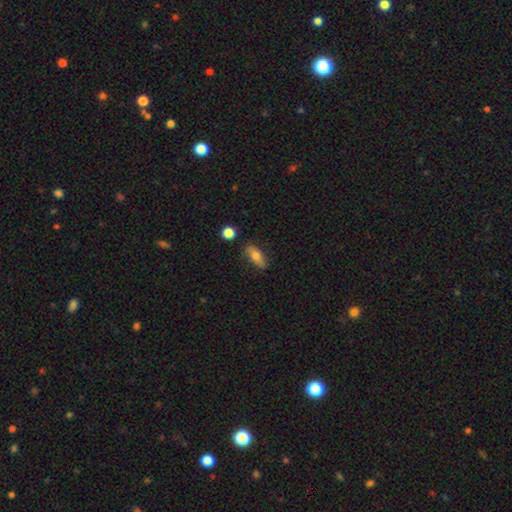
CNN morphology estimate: The model was most divided on "smooth or featured": smooth: 67%, featured or disk: 25%, star or artifact: 8%. More confident: merging — none (77%); how rounded — in between (72%).